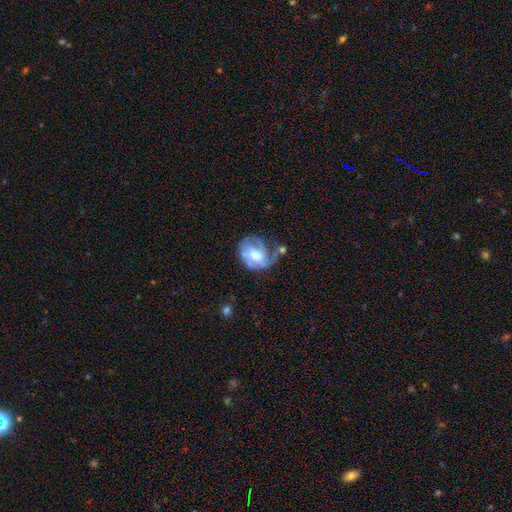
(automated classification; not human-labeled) Smooth or featured?
  - featured or disk: 66% *
  - smooth: 27%
  - star or artifact: 7%
Edge-on disk?
  - no: 97% *
  - yes: 3%
Bar?
  - no: 56% *
  - weak: 34%
  - strong: 10%
Spiral arms?
  - yes: 76% *
  - no: 24%
Bulge size?
  - moderate: 71% *
  - small: 17%
  - large: 10%
  - none: 1%
  - dominant: 1%
Merging?
  - none: 40% *
  - minor disturbance: 27%
  - major disturbance: 22%
  - merger: 11%